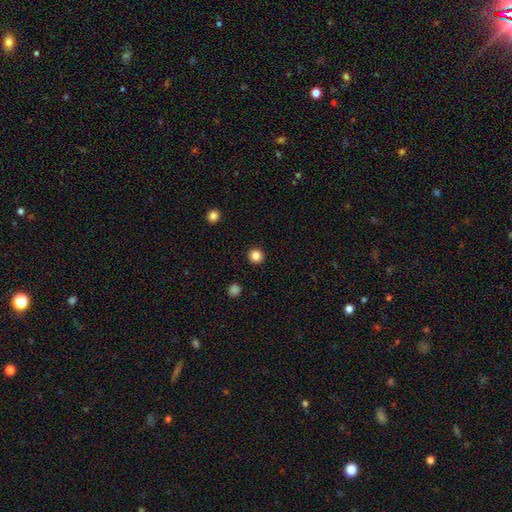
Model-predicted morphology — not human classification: Smooth or featured: smooth — 85% (star or artifact — 12%)
How rounded: round — 95% (in between — 4%)
Merging: none — 93% (minor disturbance — 4%)